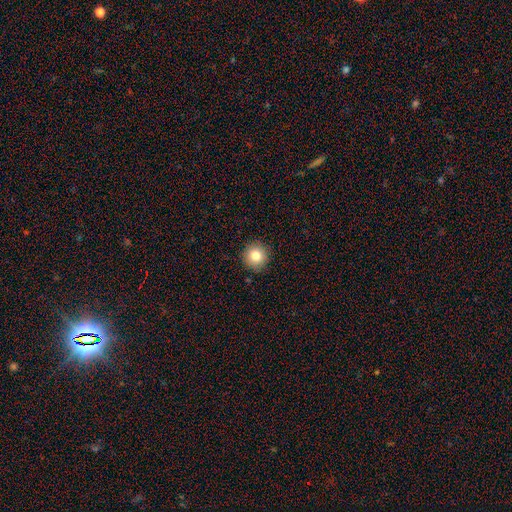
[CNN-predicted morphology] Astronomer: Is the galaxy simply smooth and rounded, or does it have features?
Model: smooth — 81%.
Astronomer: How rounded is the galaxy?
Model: round — 94%.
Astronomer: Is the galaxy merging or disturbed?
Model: none — 92%.